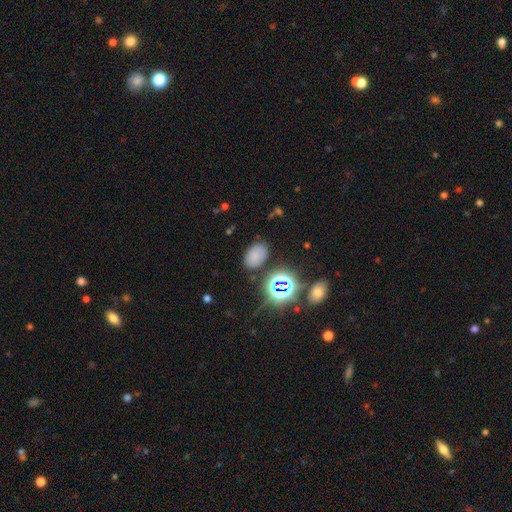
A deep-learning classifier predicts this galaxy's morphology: Q: Smooth or featured?
A: smooth (67%); runner-up: star or artifact (24%)
Q: How rounded?
A: in between (87%); runner-up: round (12%)
Q: Merging?
A: none (81%); runner-up: minor disturbance (12%)